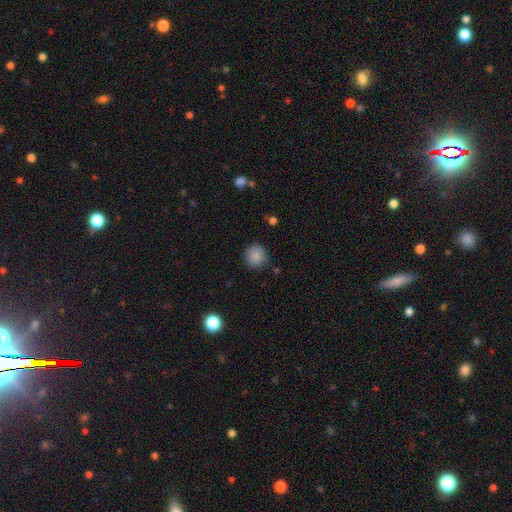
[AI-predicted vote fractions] smooth_or_featured: smooth (p=0.86) [alt: star or artifact p=0.09]
how_rounded: round (p=0.93) [alt: in between p=0.06]
merging: none (p=0.87) [alt: minor disturbance p=0.09]